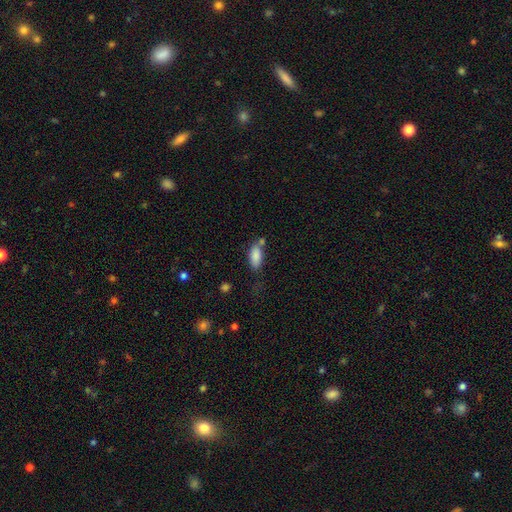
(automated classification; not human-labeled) smooth-or-featured: smooth: 86% | star or artifact: 8% | featured or disk: 7%
  how-rounded: in between: 87% | cigar-shaped: 10% | round: 3%
  merging: none: 52% | minor disturbance: 23% | merger: 16% | major disturbance: 9%